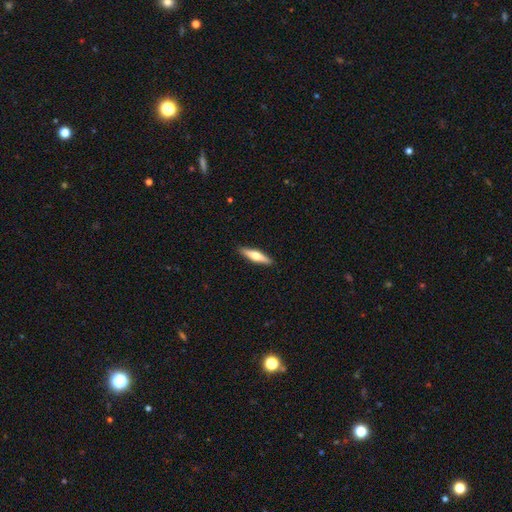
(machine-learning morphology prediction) Smooth or featured: featured or disk — 49% (smooth — 46%)
Merging: none — 91% (minor disturbance — 7%)